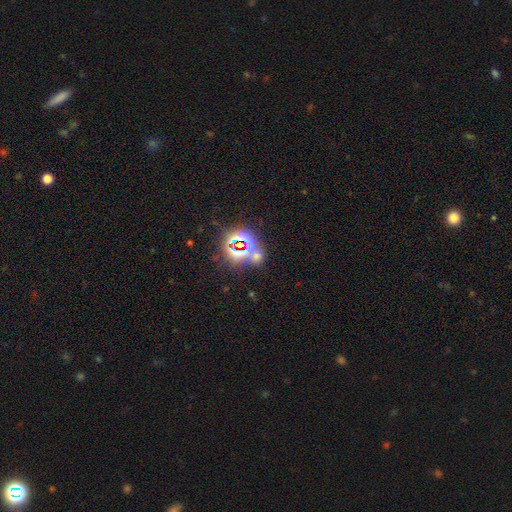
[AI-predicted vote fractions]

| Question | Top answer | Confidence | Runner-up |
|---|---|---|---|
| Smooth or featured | star or artifact | 61% | smooth (31%) |